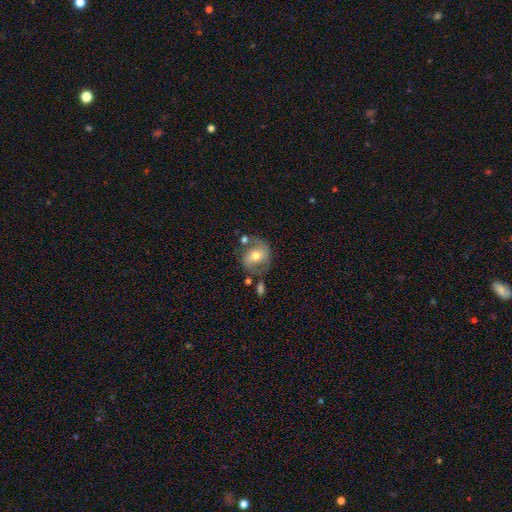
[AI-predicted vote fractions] A featured or disk galaxy (63%) with no bar (47%), 2 (88%) medium (51%) spiral arms (85%) and a moderate central bulge (70%). Merging: none (62%).